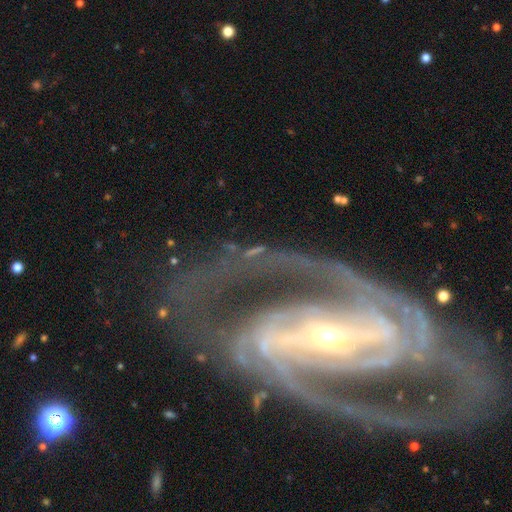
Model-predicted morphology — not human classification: smooth-or-featured: featured or disk: 91% | star or artifact: 5% | smooth: 4%
  disk-edge-on: no: 96% | yes: 4%
    bar: strong: 66% | weak: 23% | no: 11%
    has-spiral-arms: yes: 98% | no: 2%
      spiral-winding: medium: 49% | tight: 36% | loose: 15%
      spiral-arm-count: 2: 63% | 3: 15% | can't tell: 8% | 4: 6% | 1: 5% | more than 4: 4%
    bulge-size: small: 69% | moderate: 26% | large: 2% | none: 1% | dominant: 1%
  merging: none: 62% | major disturbance: 18% | minor disturbance: 17% | merger: 4%